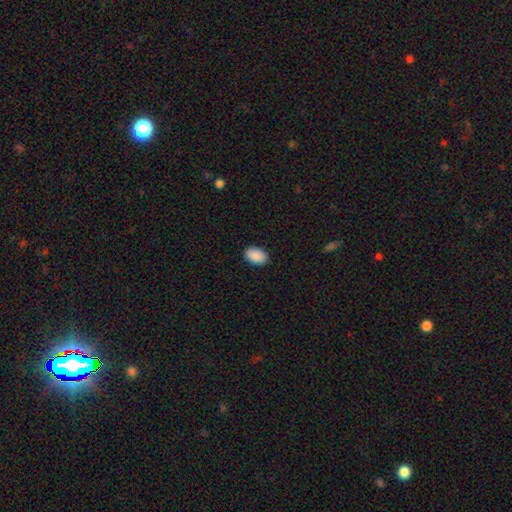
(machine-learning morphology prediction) Smooth or featured? smooth (91%)
How rounded? in between (90%)
Merging? none (90%)